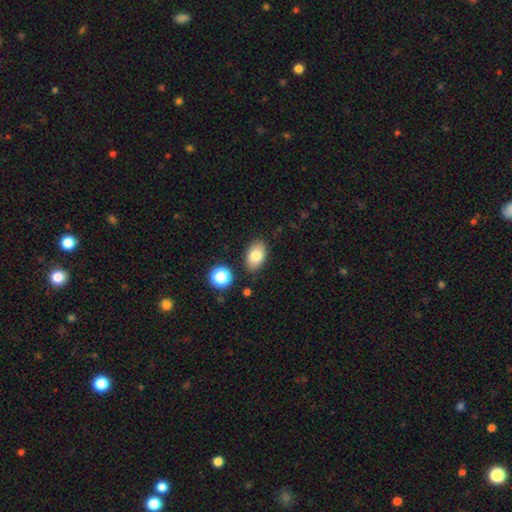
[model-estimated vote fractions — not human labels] The model was most divided on "smooth or featured": smooth: 81%, featured or disk: 11%, star or artifact: 9%. More confident: how rounded — in between (87%); merging — none (85%).